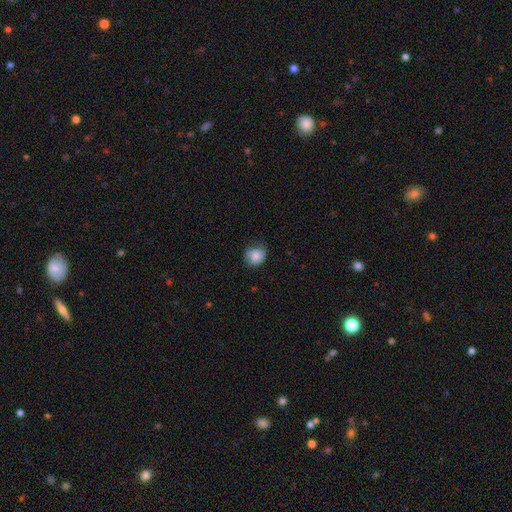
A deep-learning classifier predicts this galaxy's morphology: Smooth or featured?
  - smooth: 81% *
  - featured or disk: 11%
  - star or artifact: 8%
How rounded?
  - round: 68% *
  - in between: 31%
  - cigar-shaped: 1%
Merging?
  - none: 63% *
  - minor disturbance: 28%
  - major disturbance: 8%
  - merger: 1%